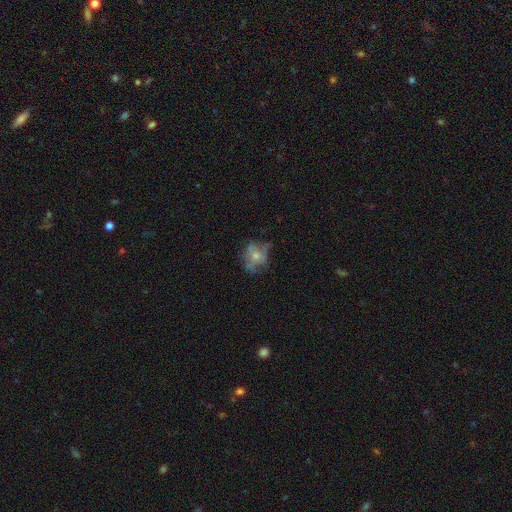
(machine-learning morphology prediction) featured or disk 49%, smooth 38%, star or artifact 12%. Down the decision tree: merging — none (48%).